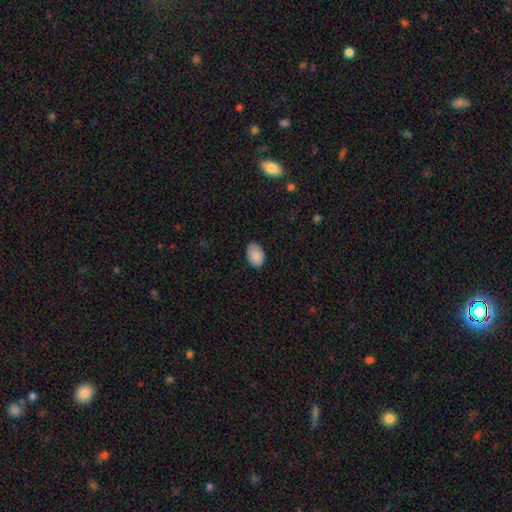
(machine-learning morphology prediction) A smooth galaxy with no disk features (88%) that is in between round and cigar-shaped (86%).

Vote fractions:
- Smooth or featured? smooth: 88% / star or artifact: 7% / featured or disk: 5%
- How rounded? in between: 86% / round: 13% / cigar-shaped: 1%
- Merging? none: 82% / minor disturbance: 14% / major disturbance: 2% / merger: 1%